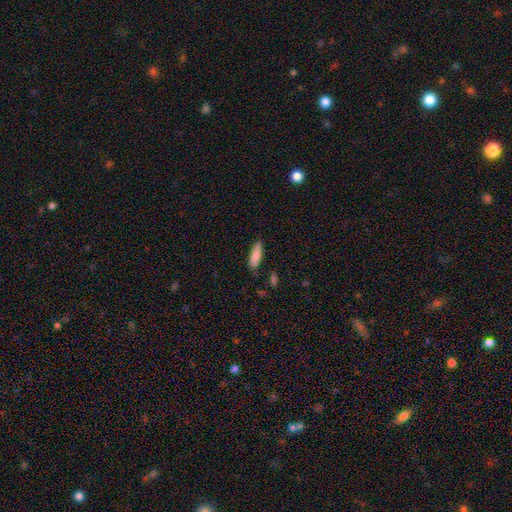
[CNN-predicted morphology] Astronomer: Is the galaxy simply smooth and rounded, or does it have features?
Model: smooth — 84%.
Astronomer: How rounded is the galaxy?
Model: cigar-shaped — 54% (runner-up: in between, 44%).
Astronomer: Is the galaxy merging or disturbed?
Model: none — 81%.